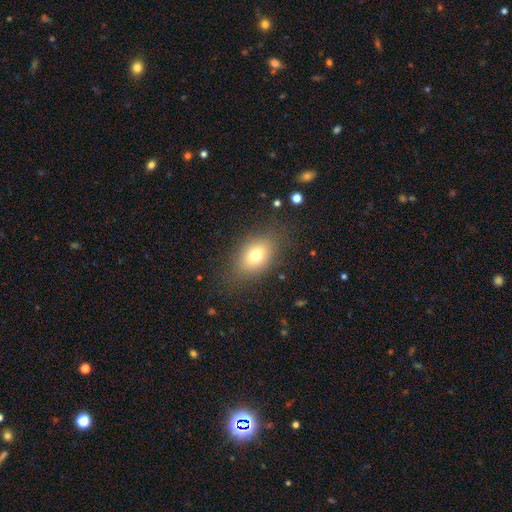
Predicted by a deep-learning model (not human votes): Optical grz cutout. It shows a smooth galaxy with no disk features (74%) that is in between round and cigar-shaped (77%). Merging: none (78%).